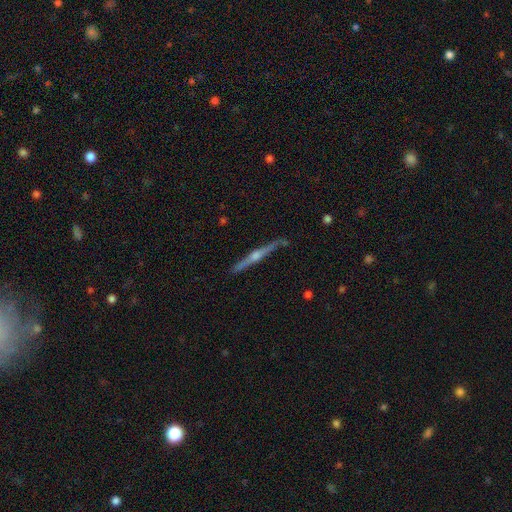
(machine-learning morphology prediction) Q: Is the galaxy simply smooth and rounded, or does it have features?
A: featured or disk — 80%.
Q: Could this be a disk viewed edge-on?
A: yes — 97%.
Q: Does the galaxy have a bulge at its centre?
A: rounded — 86%.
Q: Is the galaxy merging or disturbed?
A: none — 87%.